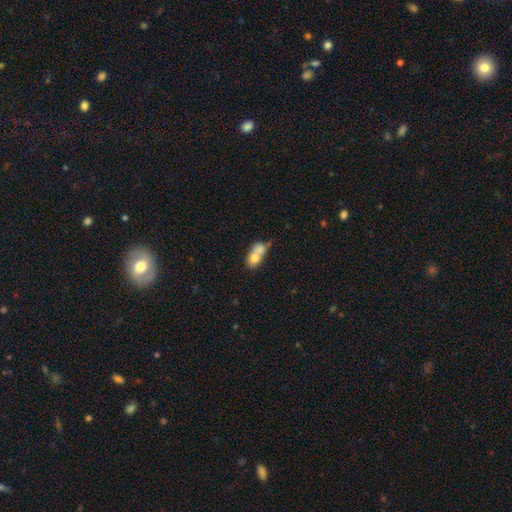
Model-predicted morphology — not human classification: smooth-or-featured: smooth: 69% | featured or disk: 22% | star or artifact: 9%
  how-rounded: in between: 72% | round: 24% | cigar-shaped: 4%
  merging: merger: 63% | none: 21% | minor disturbance: 10% | major disturbance: 6%